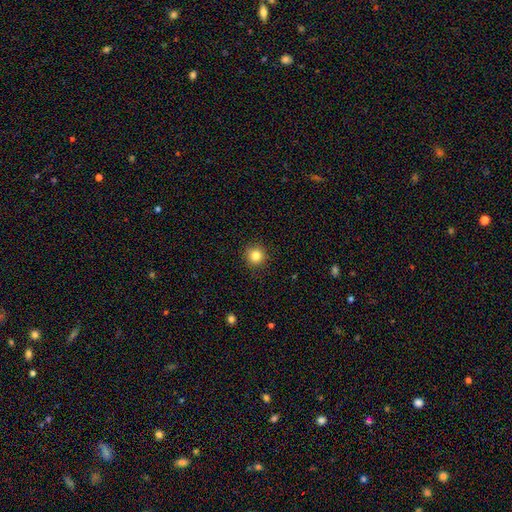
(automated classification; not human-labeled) A smooth galaxy with no disk features (83%) that is round (94%). Merging: none (92%).